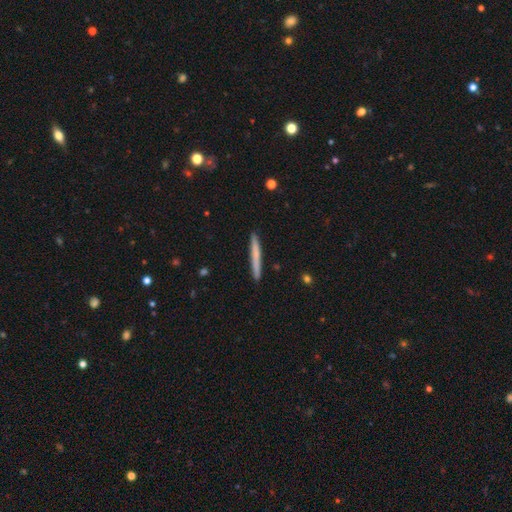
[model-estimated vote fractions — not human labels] Smooth or featured: smooth — 66% (featured or disk — 28%)
How rounded: cigar-shaped — 97% (in between — 2%)
Merging: none — 91% (minor disturbance — 6%)